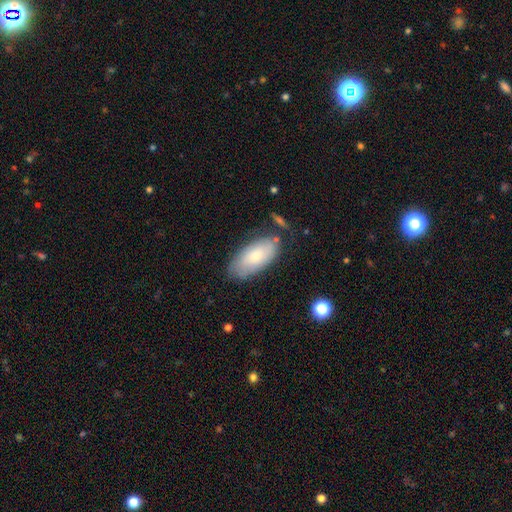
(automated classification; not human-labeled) smooth 67%, featured or disk 26%, star or artifact 7%. Down the decision tree: how rounded — in between (92%); merging — none (69%).